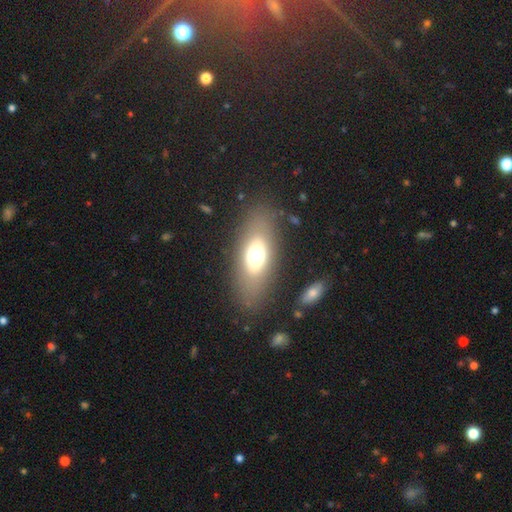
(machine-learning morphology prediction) Smooth or featured: smooth — 61% (featured or disk — 28%)
How rounded: in between — 80% (cigar-shaped — 12%)
Merging: none — 82% (minor disturbance — 10%)